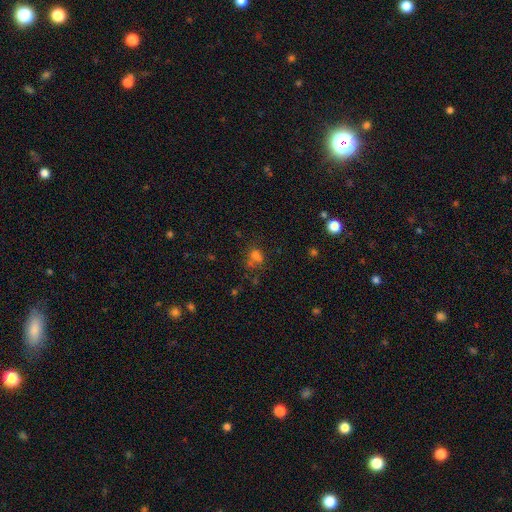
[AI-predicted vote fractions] Smooth or featured? smooth (62%)
How rounded? round (54%)
Merging? none (40%)